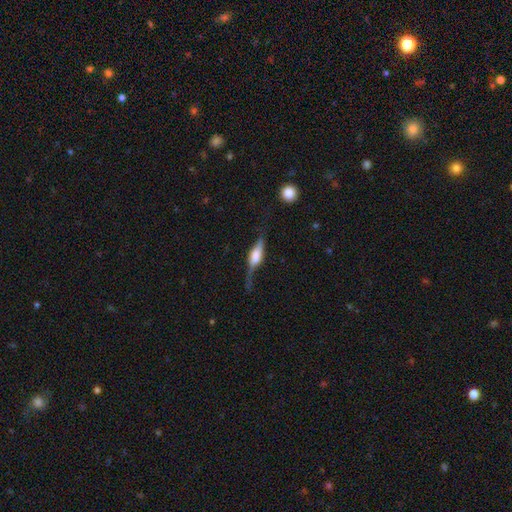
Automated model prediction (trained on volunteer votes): A featured or disk galaxy (69%) viewed edge-on (88%) with a rounded central bulge (63%).

Vote fractions:
- Smooth or featured? featured or disk: 69% / smooth: 24% / star or artifact: 7%
- Edge-on disk? yes: 88% / no: 12%
- Edge-on bulge? rounded: 63% / boxy: 32% / none: 4%
- Merging? none: 55% / minor disturbance: 25% / major disturbance: 17% / merger: 3%